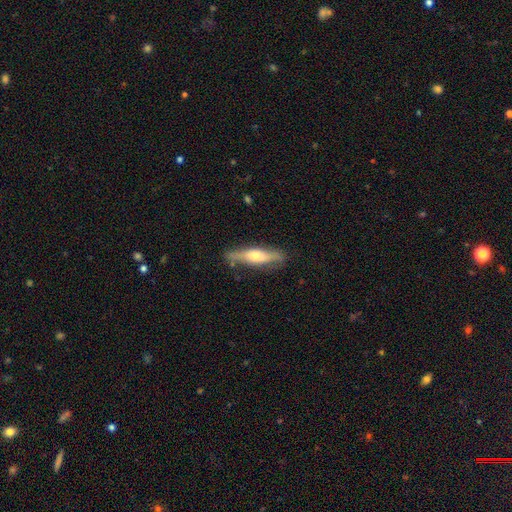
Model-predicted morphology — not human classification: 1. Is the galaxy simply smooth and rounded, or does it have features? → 52% featured or disk, 42% smooth, 6% star or artifact.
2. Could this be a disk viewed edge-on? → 83% yes, 17% no.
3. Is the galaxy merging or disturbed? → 79% none, 15% minor disturbance, 3% major disturbance, 2% merger.